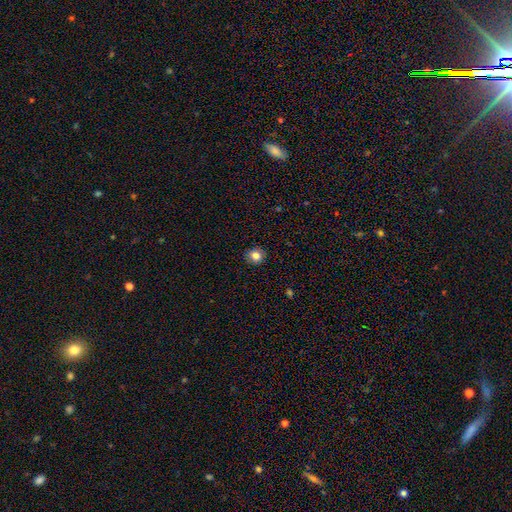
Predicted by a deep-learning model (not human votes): Smooth or featured? smooth (83%)
How rounded? round (82%)
Merging? none (91%)